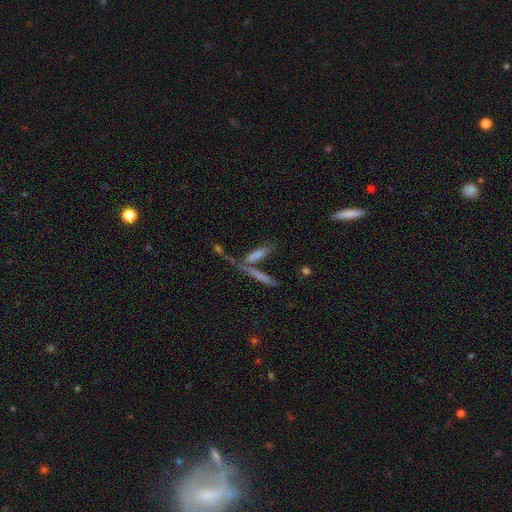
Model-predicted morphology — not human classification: A smooth galaxy with no disk features (52%) that is cigar-shaped (82%). Merging: none (45%).